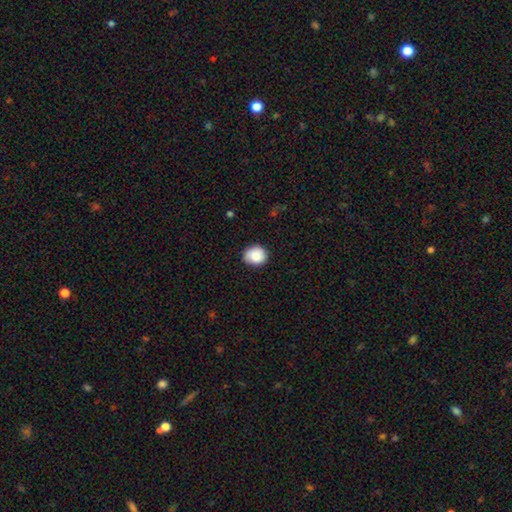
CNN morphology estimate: This is clearly a smooth galaxy (87%). How rounded: likely round (66%). Merging: likely none (79%).